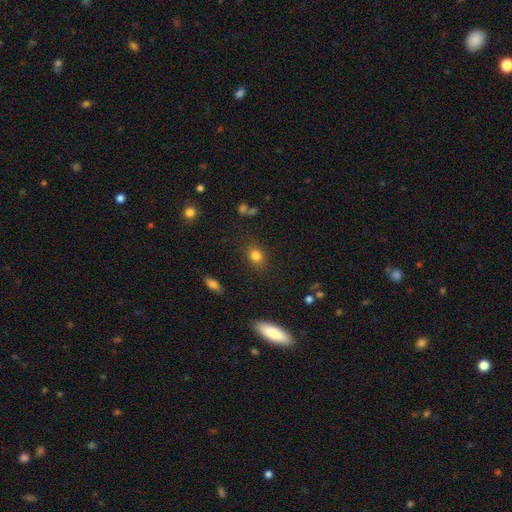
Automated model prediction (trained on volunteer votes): A smooth galaxy with no disk features (81%) that is round (51%).

Vote fractions:
- Smooth or featured? smooth: 81% / star or artifact: 12% / featured or disk: 6%
- How rounded? round: 51% / in between: 47% / cigar-shaped: 2%
- Merging? none: 84% / minor disturbance: 10% / major disturbance: 3% / merger: 2%